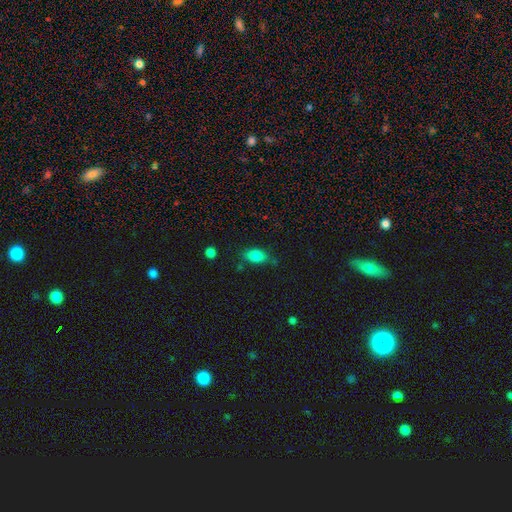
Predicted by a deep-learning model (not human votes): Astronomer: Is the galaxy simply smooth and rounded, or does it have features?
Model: smooth — 84%.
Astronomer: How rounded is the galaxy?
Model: in between — 86%.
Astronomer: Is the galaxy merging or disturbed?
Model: none — 69%.